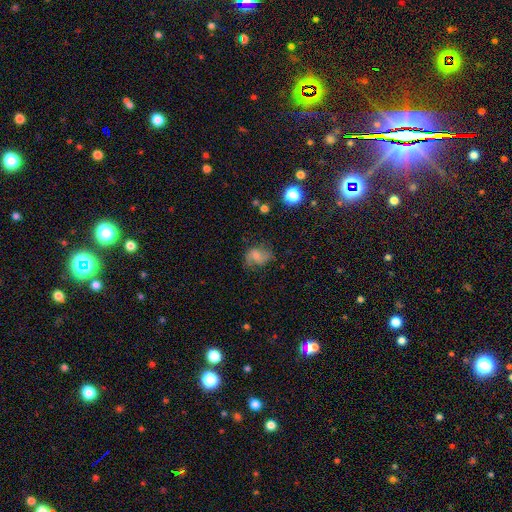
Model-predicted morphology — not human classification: smooth-or-featured: featured or disk: 47% | smooth: 40% | star or artifact: 13%
  merging: none: 57% | minor disturbance: 25% | major disturbance: 15% | merger: 2%